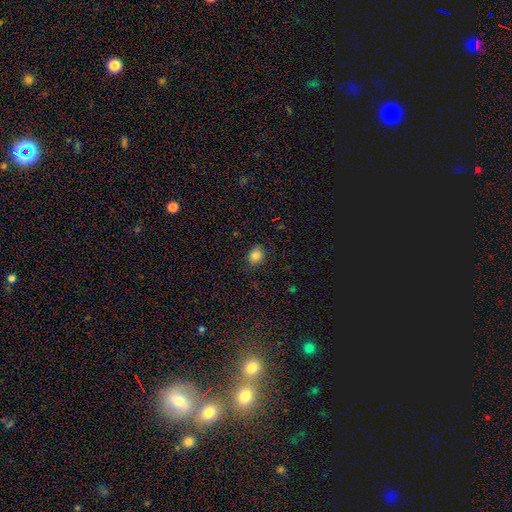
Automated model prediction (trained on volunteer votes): smooth-or-featured: smooth: 81% | star or artifact: 11% | featured or disk: 8%
  how-rounded: round: 54% | in between: 45% | cigar-shaped: 1%
  merging: none: 81% | minor disturbance: 15% | major disturbance: 3% | merger: 1%